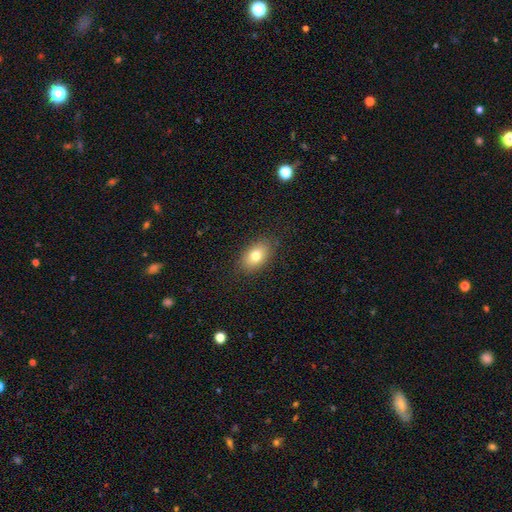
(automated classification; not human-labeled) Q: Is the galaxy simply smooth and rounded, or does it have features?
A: smooth — 77%.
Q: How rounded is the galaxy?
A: in between — 85%.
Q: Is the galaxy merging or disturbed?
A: none — 85%.